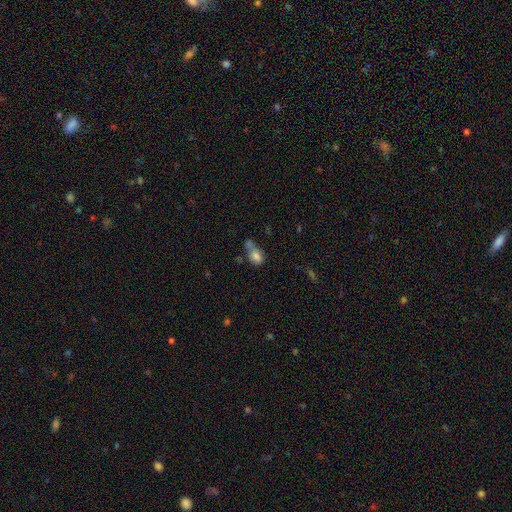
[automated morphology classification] The model was most divided on "merging": merger: 44%, none: 29%, minor disturbance: 17%, major disturbance: 11%. More confident: smooth or featured — smooth (76%); how rounded — in between (71%).